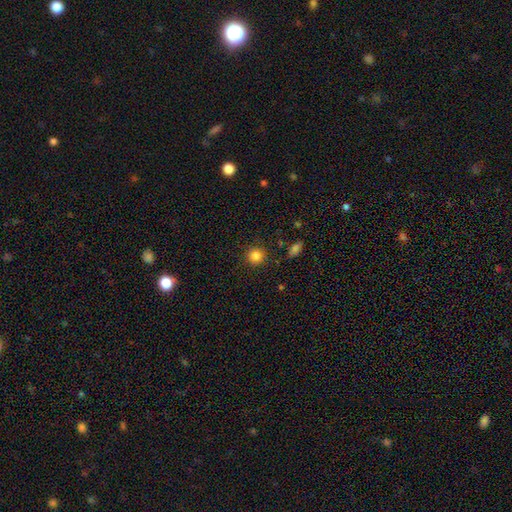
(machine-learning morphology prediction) type=smooth (84%); roundness=round (94%); merging=none (90%).